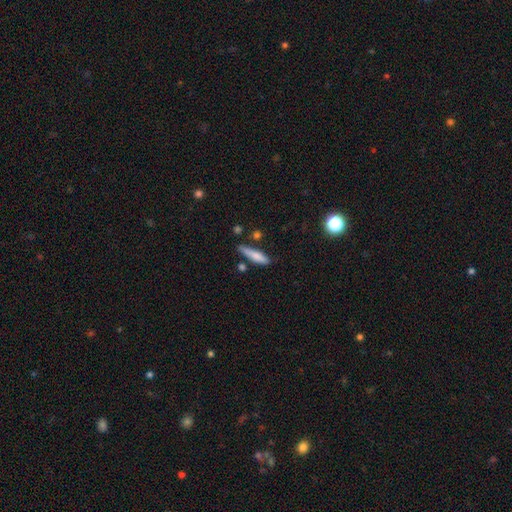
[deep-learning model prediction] Overall: smooth (75%). How rounded: cigar-shaped (78%). Merging: none (66%).